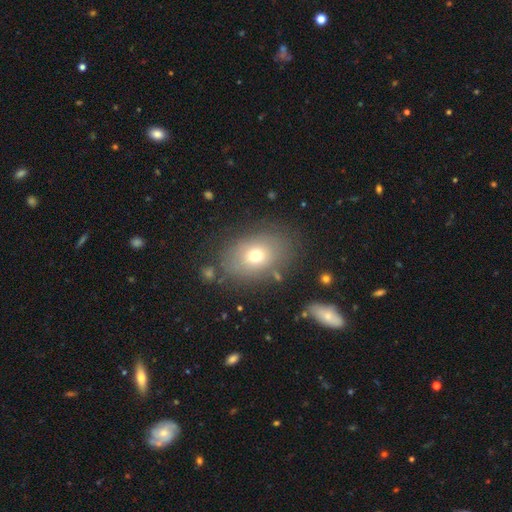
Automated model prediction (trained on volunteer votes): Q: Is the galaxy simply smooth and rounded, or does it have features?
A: smooth — 67%.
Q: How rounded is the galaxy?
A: in between — 71%.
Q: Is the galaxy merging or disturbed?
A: none — 76%.